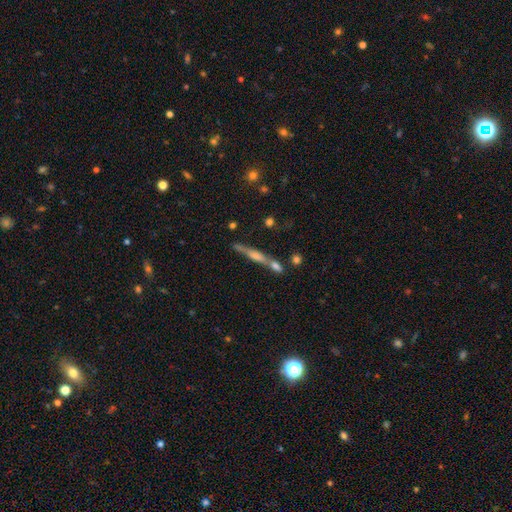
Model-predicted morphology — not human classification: The model was most divided on "smooth or featured": featured or disk: 68%, smooth: 21%, star or artifact: 10%. More confident: edge-on disk — yes (95%); merging — none (72%); edge-on bulge — rounded (71%).